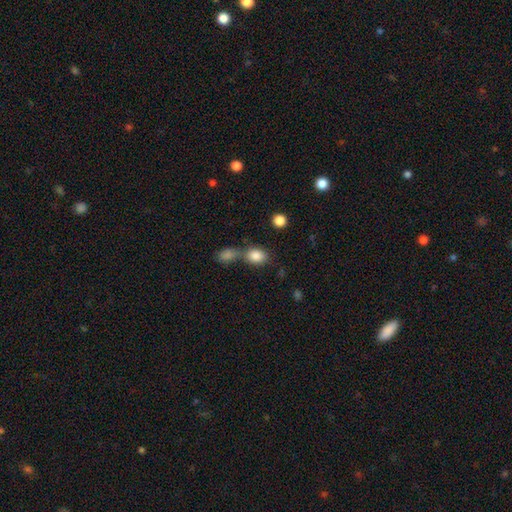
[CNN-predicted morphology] Smooth or featured? Predicted: smooth (p=0.85). How rounded? Predicted: in between (p=0.63). Merging? Predicted: merger (p=0.44).